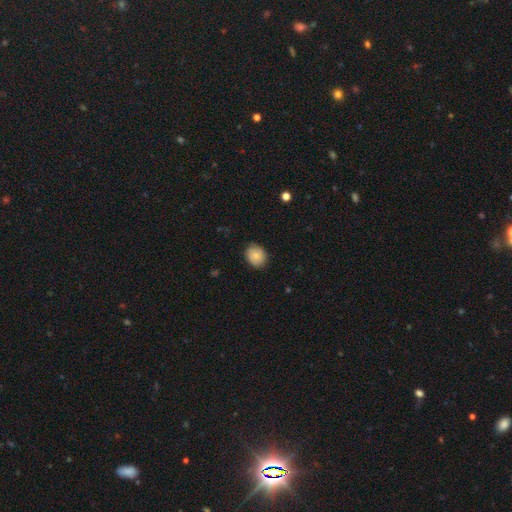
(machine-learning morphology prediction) This is clearly a smooth galaxy (81%). How rounded: possibly round (57%). Merging: clearly none (81%).